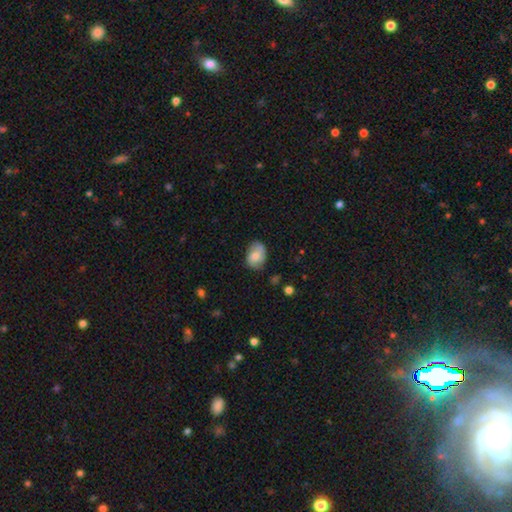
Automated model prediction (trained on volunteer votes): smooth 62%, featured or disk 31%, star or artifact 7%. Down the decision tree: how rounded — in between (74%); merging — none (69%).